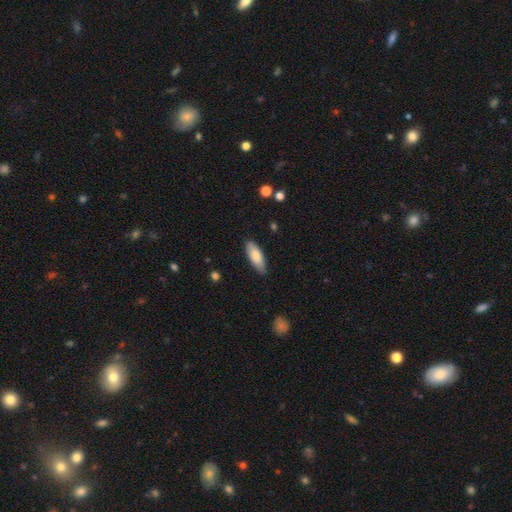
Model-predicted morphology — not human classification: Overall: smooth (79%). How rounded: in between (64%; cigar-shaped 34%). Merging: none (84%).